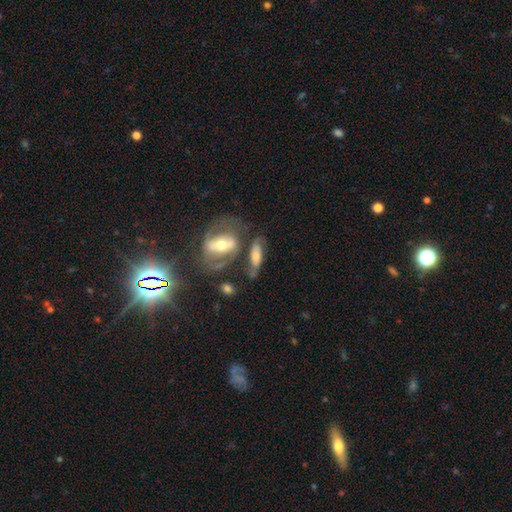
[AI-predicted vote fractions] Overall: featured or disk (52%; smooth 39%). Edge-on disk: no (71%). Merging: none (47%; merger 22%).